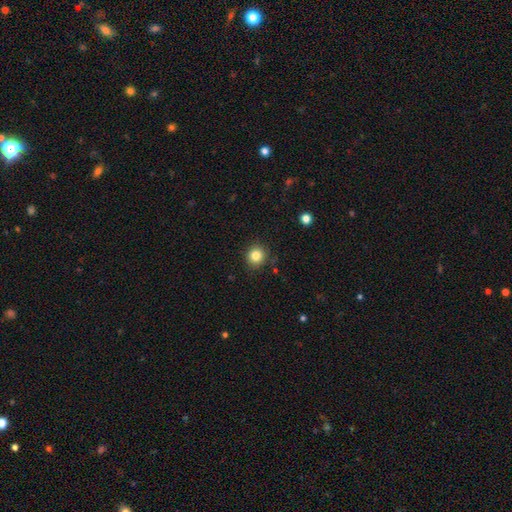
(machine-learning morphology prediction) Q: Smooth or featured?
A: smooth (82%); runner-up: star or artifact (12%)
Q: How rounded?
A: round (89%); runner-up: in between (10%)
Q: Merging?
A: none (88%); runner-up: minor disturbance (8%)